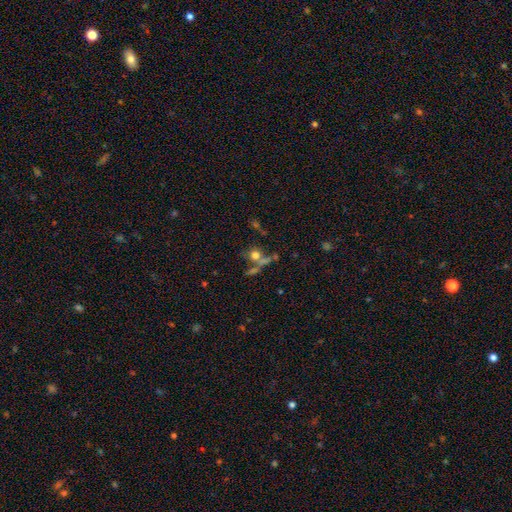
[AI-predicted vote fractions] The model was most divided on "merging": none: 48%, merger: 32%, minor disturbance: 11%, major disturbance: 10%. More confident: how rounded — round (83%); smooth or featured — smooth (59%).